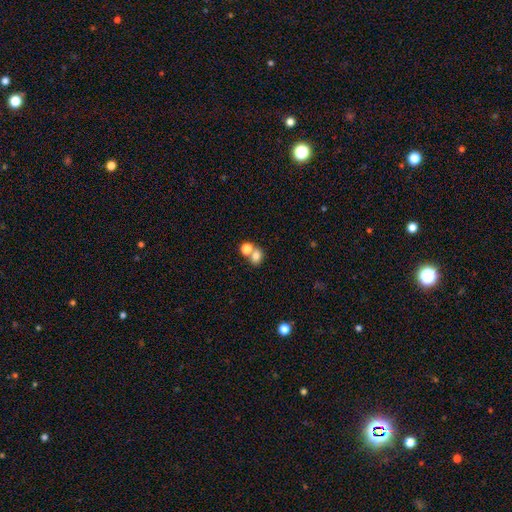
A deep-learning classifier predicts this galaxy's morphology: Smooth or featured?
  - smooth: 78% *
  - star or artifact: 13%
  - featured or disk: 9%
How rounded?
  - in between: 53% *
  - round: 45%
  - cigar-shaped: 1%
Merging?
  - merger: 45% *
  - none: 42%
  - minor disturbance: 8%
  - major disturbance: 4%